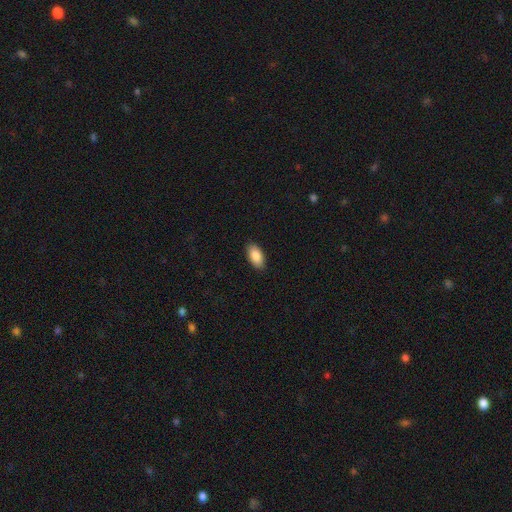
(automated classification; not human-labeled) The model was most divided on "smooth or featured": smooth: 87%, featured or disk: 7%, star or artifact: 6%. More confident: how rounded — in between (93%); merging — none (89%).